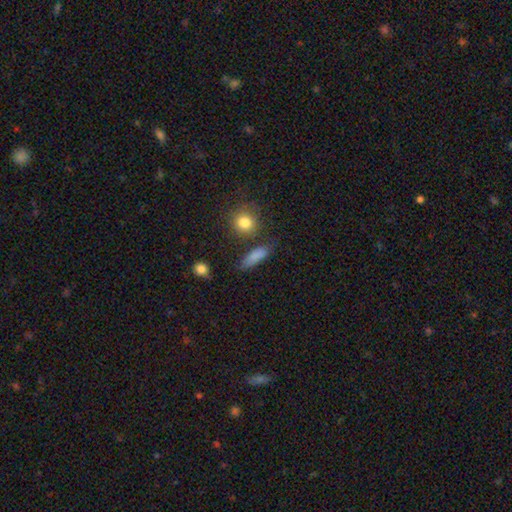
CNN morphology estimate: smooth 82%, star or artifact 10%, featured or disk 8%. Down the decision tree: how rounded — in between (46%); merging — none (70%).